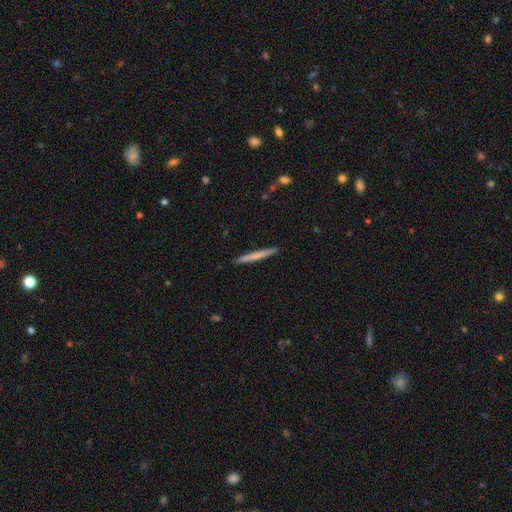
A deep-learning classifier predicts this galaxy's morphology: Smooth or featured? smooth (62%)
How rounded? cigar-shaped (97%)
Merging? none (92%)